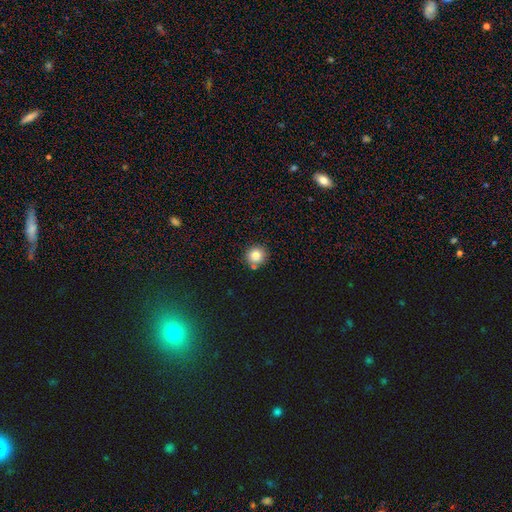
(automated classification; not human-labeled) A smooth galaxy with no disk features (81%) that is round (93%).

Vote fractions:
- Smooth or featured? smooth: 81% / star or artifact: 11% / featured or disk: 7%
- How rounded? round: 93% / in between: 6% / cigar-shaped: 1%
- Merging? none: 81% / minor disturbance: 9% / merger: 8% / major disturbance: 2%